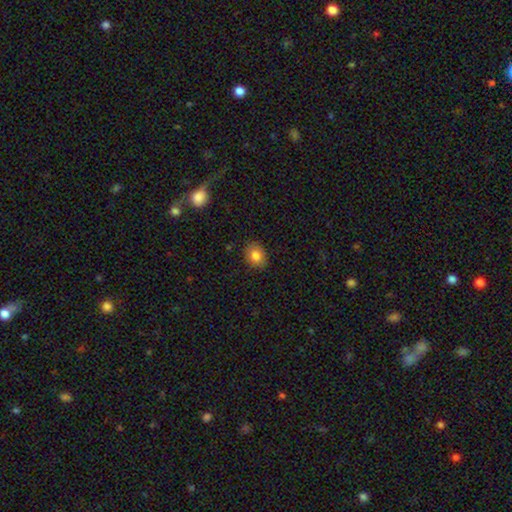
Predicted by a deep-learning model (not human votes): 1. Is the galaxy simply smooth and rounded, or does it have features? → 82% smooth, 9% featured or disk, 9% star or artifact.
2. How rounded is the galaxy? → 62% in between, 37% round, 1% cigar-shaped.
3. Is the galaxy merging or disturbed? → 85% none, 12% minor disturbance, 2% major disturbance, 1% merger.